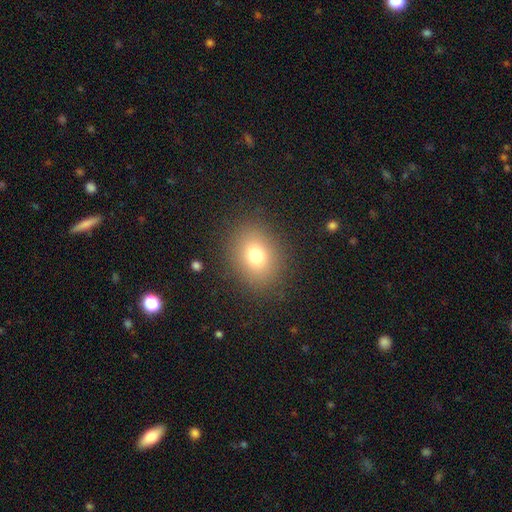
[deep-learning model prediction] smooth 75%, star or artifact 14%, featured or disk 11%. Down the decision tree: how rounded — round (50%); merging — none (85%).